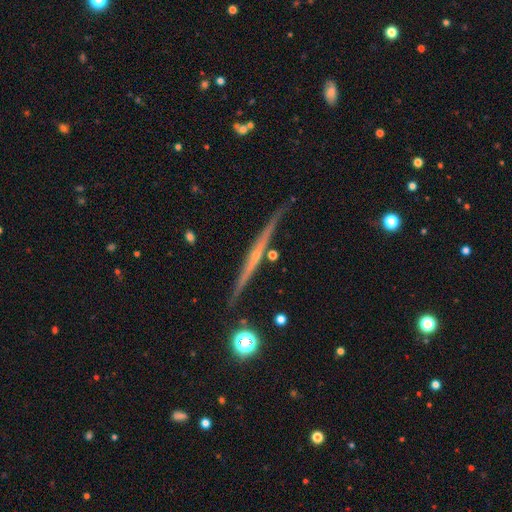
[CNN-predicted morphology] A featured or disk galaxy (78%) viewed edge-on (98%) with no central bulge (47%).

Vote fractions:
- Smooth or featured? featured or disk: 78% / smooth: 14% / star or artifact: 7%
- Edge-on disk? yes: 98% / no: 2%
- Edge-on bulge? none: 47% / rounded: 46% / boxy: 7%
- Merging? none: 87% / minor disturbance: 8% / merger: 3% / major disturbance: 2%